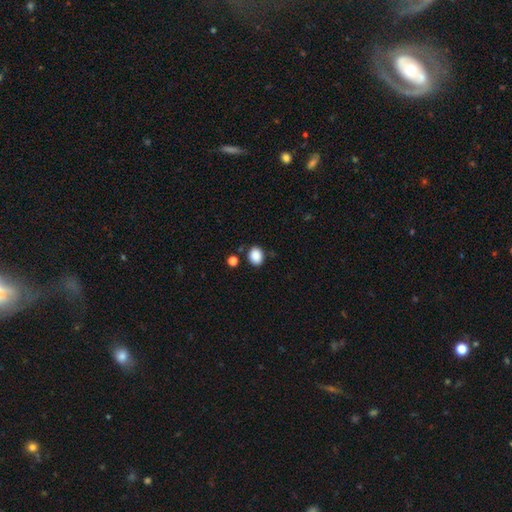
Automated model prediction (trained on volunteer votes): smooth_or_featured: smooth (p=0.88) [alt: star or artifact p=0.09]
how_rounded: in between (p=0.51) [alt: round p=0.48]
merging: none (p=0.82) [alt: minor disturbance p=0.11]